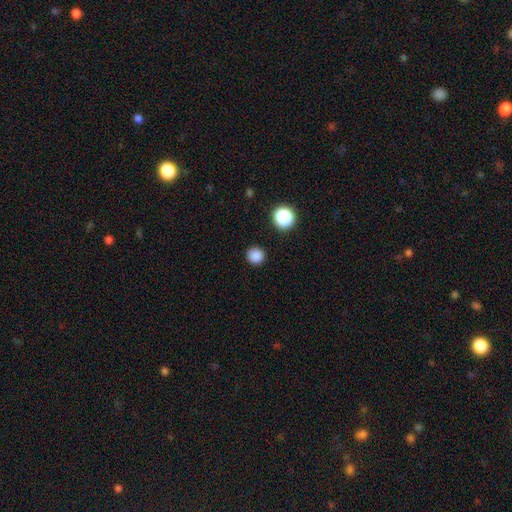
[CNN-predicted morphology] The model was most divided on "smooth or featured": smooth: 84%, star or artifact: 13%, featured or disk: 3%. More confident: how rounded — round (94%); merging — none (91%).